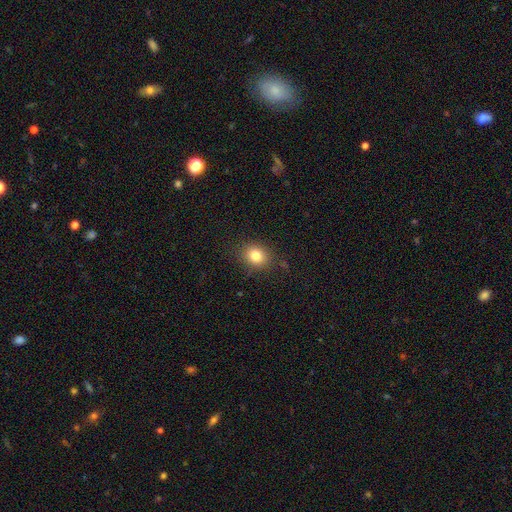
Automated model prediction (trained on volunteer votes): smooth-or-featured: smooth: 82% | star or artifact: 11% | featured or disk: 7%
  how-rounded: round: 66% | in between: 33% | cigar-shaped: 1%
  merging: none: 86% | minor disturbance: 9% | major disturbance: 3% | merger: 1%